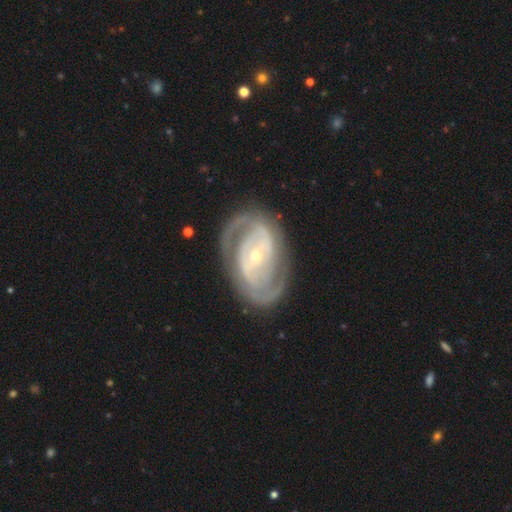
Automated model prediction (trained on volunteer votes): smooth-or-featured: featured or disk: 89% | smooth: 6% | star or artifact: 5%
  disk-edge-on: no: 96% | yes: 4%
    bar: weak: 38% | no: 34% | strong: 28%
    has-spiral-arms: yes: 94% | no: 6%
      spiral-winding: tight: 48% | medium: 42% | loose: 10%
      spiral-arm-count: 2: 70% | can't tell: 12% | 3: 10% | 1: 3% | 4: 3% | more than 4: 3%
    bulge-size: small: 67% | moderate: 30% | large: 2% | none: 1% | dominant: 1%
  merging: none: 76% | minor disturbance: 15% | major disturbance: 8% | merger: 1%